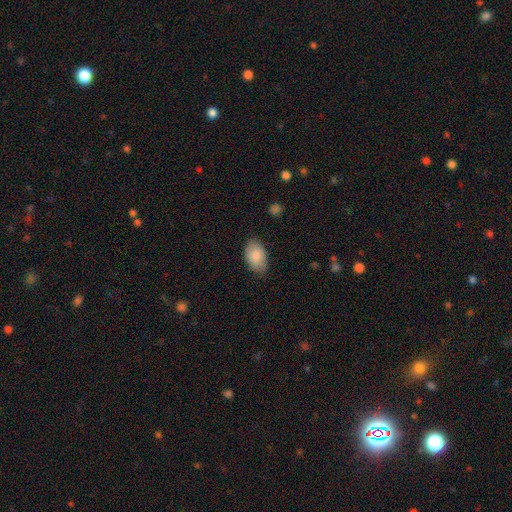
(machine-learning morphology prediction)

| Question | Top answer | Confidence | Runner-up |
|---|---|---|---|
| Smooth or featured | smooth | 86% | featured or disk (8%) |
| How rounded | in between | 92% | round (7%) |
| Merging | none | 78% | minor disturbance (17%) |